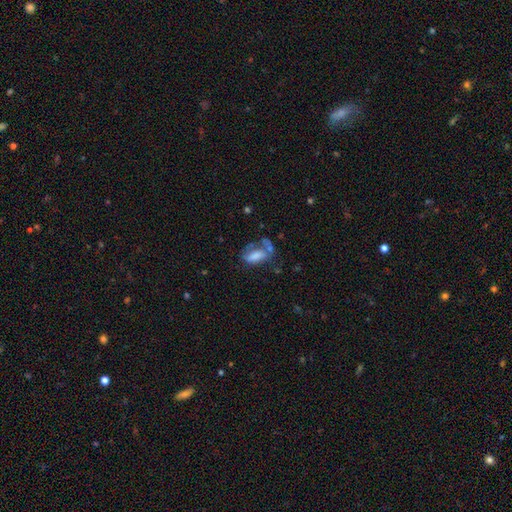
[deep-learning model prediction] smooth-or-featured: smooth: 63% | featured or disk: 27% | star or artifact: 10%
  how-rounded: in between: 85% | cigar-shaped: 10% | round: 5%
  merging: major disturbance: 31% | none: 29% | minor disturbance: 21% | merger: 19%